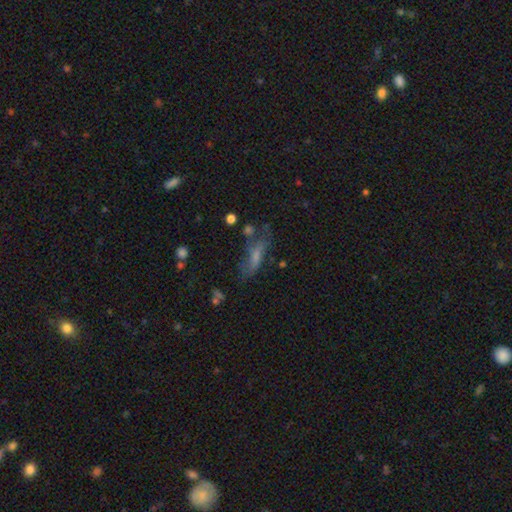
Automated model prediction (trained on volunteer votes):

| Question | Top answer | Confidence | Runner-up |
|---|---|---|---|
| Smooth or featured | smooth | 44% | featured or disk (38%) |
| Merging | none | 56% | minor disturbance (22%) |